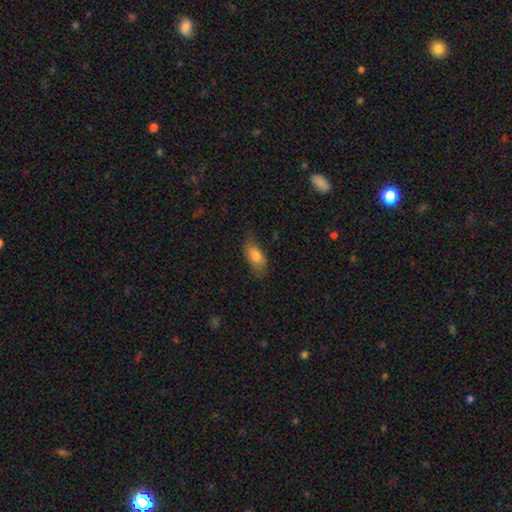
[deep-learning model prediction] Smooth or featured? smooth (79%)
How rounded? in between (87%)
Merging? none (65%)